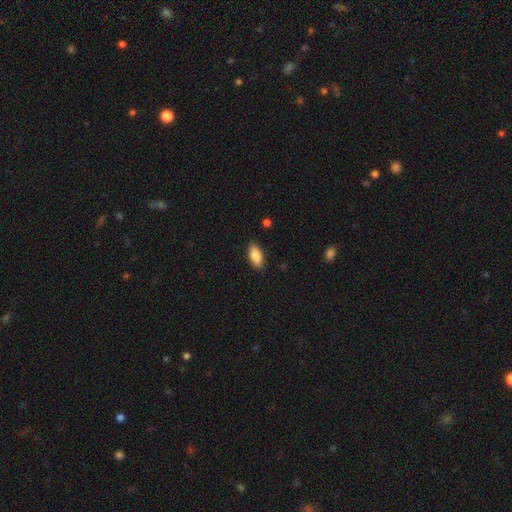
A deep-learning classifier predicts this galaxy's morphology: type=smooth (85%); roundness=in between (88%); merging=none (88%).